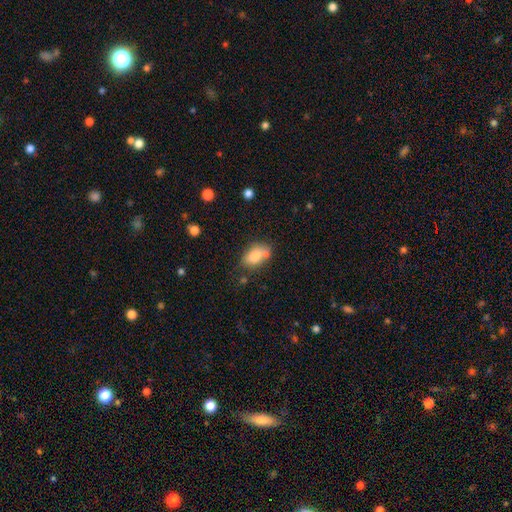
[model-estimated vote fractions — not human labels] Q: Smooth or featured?
A: smooth (78%); runner-up: featured or disk (13%)
Q: How rounded?
A: in between (84%); runner-up: round (14%)
Q: Merging?
A: none (53%); runner-up: merger (23%)